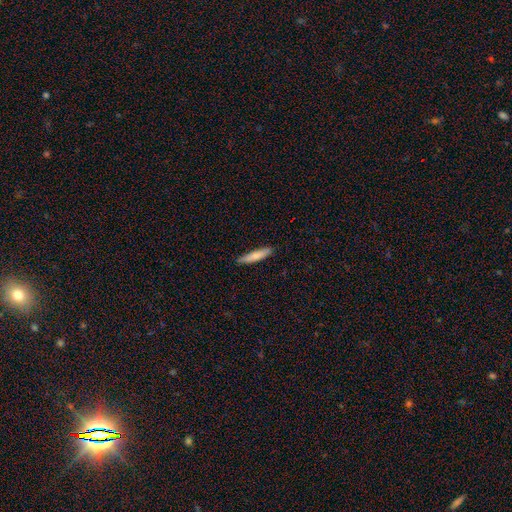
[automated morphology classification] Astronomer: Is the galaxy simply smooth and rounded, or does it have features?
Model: smooth — 78%.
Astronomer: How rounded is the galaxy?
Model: cigar-shaped — 87%.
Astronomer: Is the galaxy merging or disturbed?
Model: none — 87%.